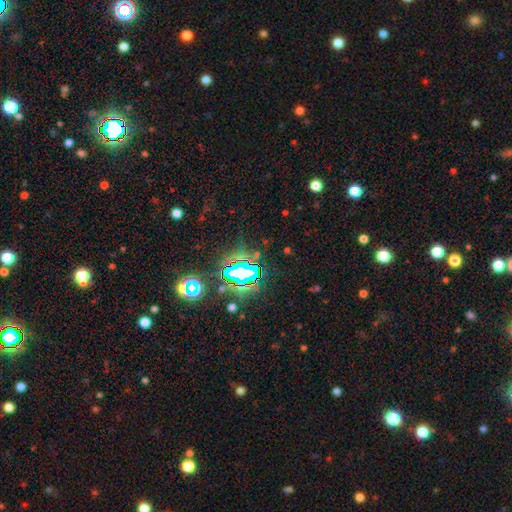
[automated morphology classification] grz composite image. It shows a star or artifact, not a galaxy (79%).